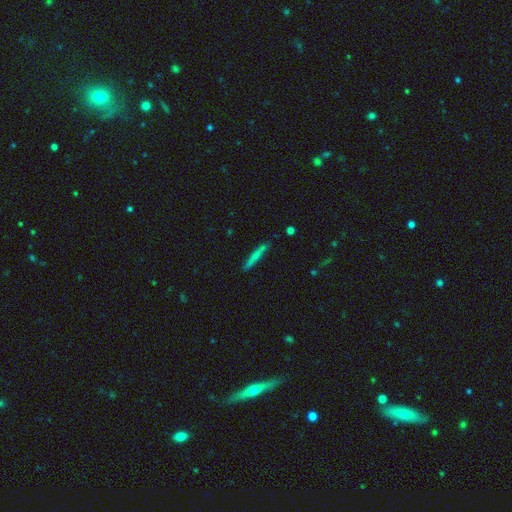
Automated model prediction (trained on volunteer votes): This appears to be a smooth galaxy with no disk features (65%) that is cigar-shaped (95%). Merging: none (83%).